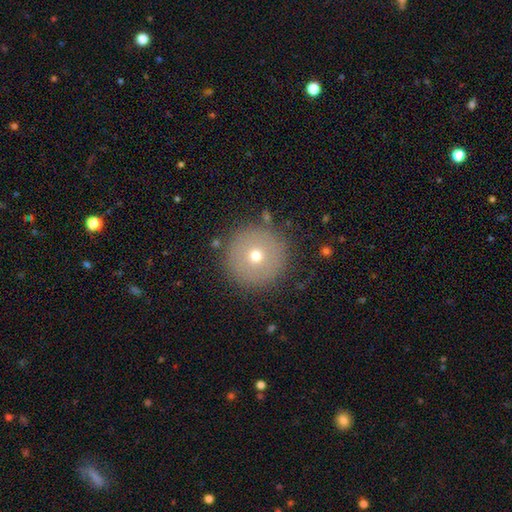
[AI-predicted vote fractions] Smooth or featured? Predicted: smooth (p=0.66). How rounded? Predicted: round (p=0.97). Merging? Predicted: none (p=0.87).